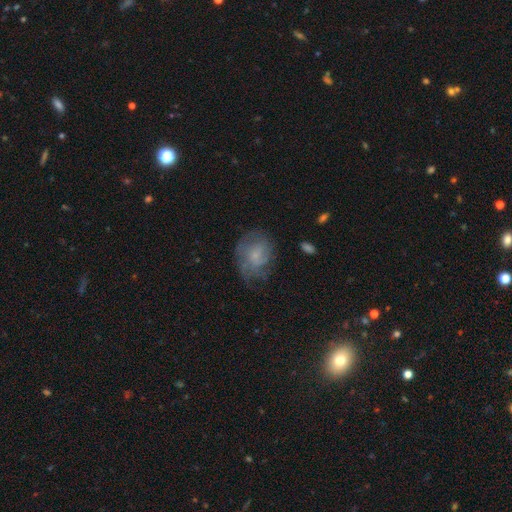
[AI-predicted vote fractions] A featured or disk galaxy (47%).

Vote fractions:
- Smooth or featured? featured or disk: 47% / smooth: 43% / star or artifact: 10%
- Merging? none: 55% / minor disturbance: 26% / major disturbance: 17% / merger: 2%